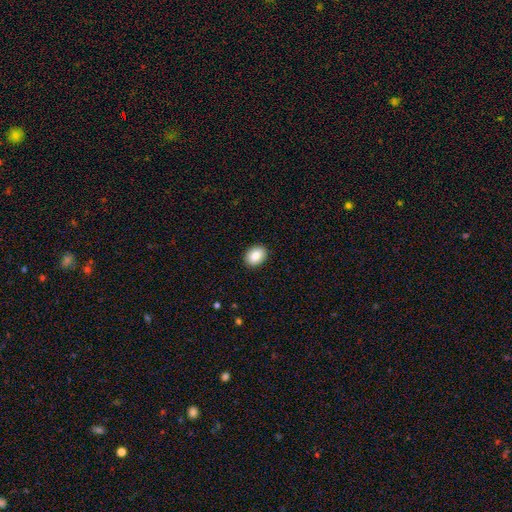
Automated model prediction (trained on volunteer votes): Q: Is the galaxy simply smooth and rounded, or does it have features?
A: smooth — 85%.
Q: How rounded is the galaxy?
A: in between — 69%.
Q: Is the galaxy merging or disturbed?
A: none — 91%.